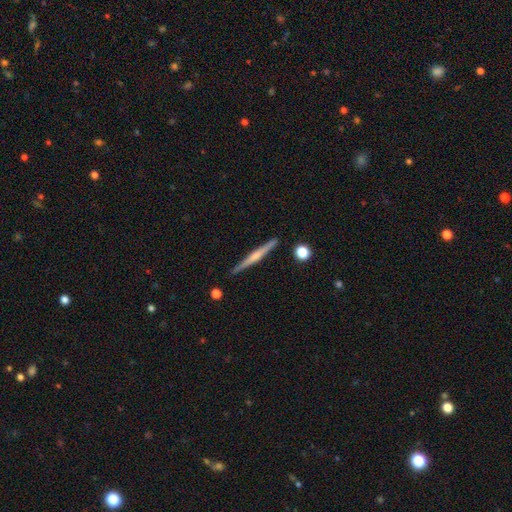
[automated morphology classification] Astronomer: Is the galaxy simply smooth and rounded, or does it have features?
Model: featured or disk — 71%.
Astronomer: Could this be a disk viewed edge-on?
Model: yes — 98%.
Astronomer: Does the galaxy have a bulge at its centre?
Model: rounded — 71%.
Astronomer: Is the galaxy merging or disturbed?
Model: none — 89%.